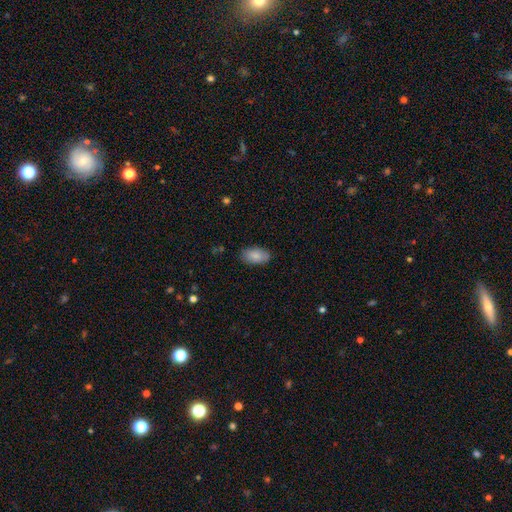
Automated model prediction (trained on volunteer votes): Overall: smooth (86%). How rounded: in between (94%). Merging: none (85%).